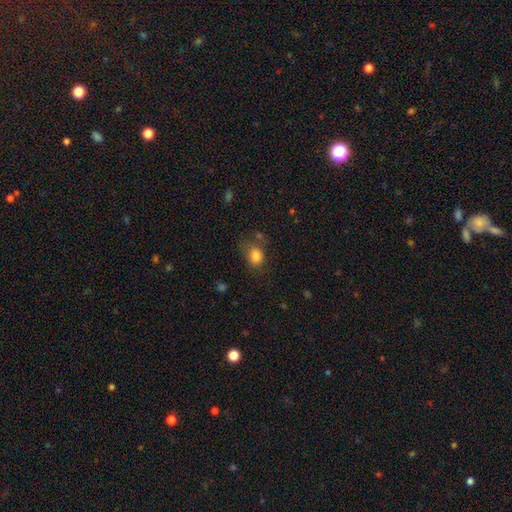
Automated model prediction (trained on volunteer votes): Smooth or featured? smooth (83%)
How rounded? in between (52%)
Merging? none (59%)